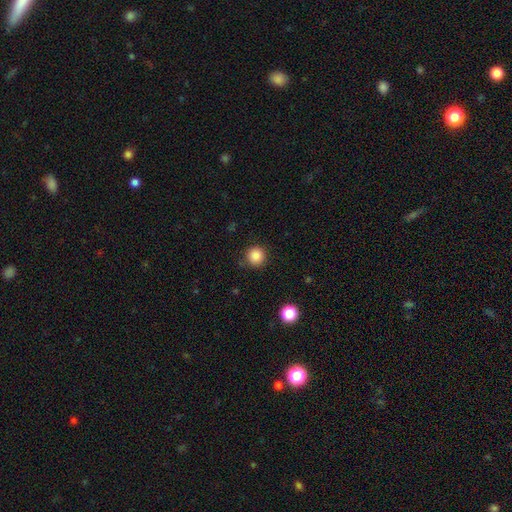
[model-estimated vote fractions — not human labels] A smooth galaxy with no disk features (86%) that is round (95%). Merging: none (87%).